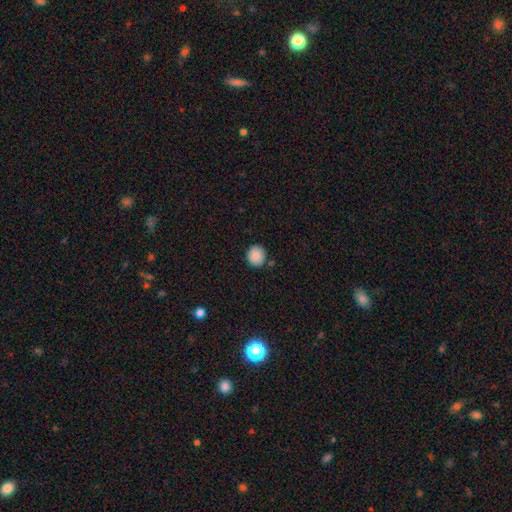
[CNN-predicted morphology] This is clearly a smooth galaxy (88%). How rounded: clearly round (86%). Merging: clearly none (85%).